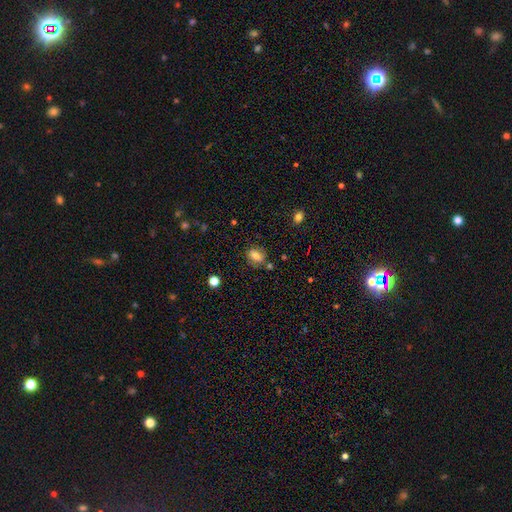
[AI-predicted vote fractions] A smooth galaxy with no disk features (69%) that is in between round and cigar-shaped (53%). Merging: none (76%).